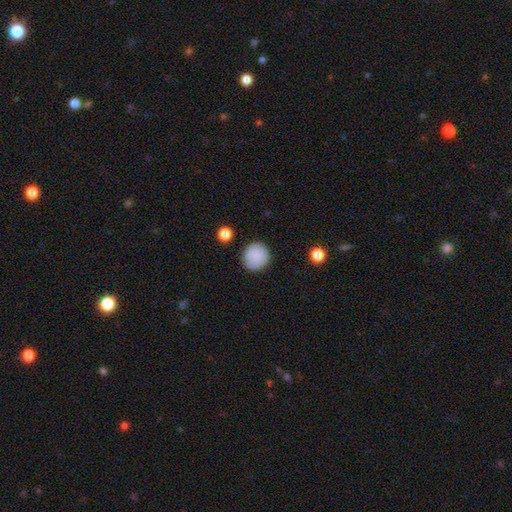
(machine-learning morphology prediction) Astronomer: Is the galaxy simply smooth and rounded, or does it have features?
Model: smooth — 82%.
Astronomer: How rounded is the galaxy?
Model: round — 90%.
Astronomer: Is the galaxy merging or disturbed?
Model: none — 87%.